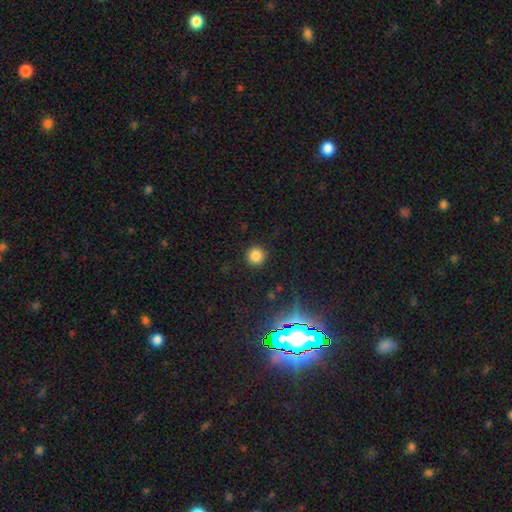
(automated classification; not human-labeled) Overall: smooth (82%). How rounded: round (94%). Merging: none (91%).